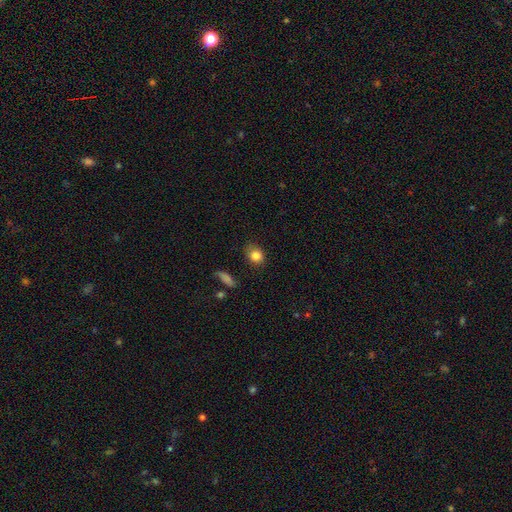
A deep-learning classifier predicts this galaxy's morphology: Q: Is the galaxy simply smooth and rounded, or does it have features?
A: smooth — 84%.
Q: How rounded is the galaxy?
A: round — 56%.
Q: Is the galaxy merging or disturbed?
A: none — 76%.